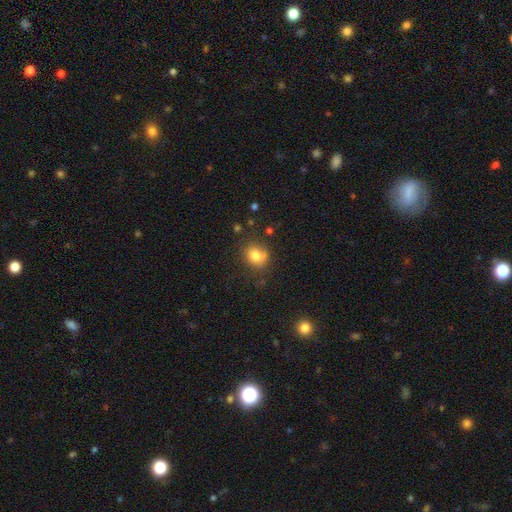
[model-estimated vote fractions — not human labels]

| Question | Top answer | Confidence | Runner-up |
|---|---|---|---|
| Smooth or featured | smooth | 79% | star or artifact (11%) |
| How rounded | round | 69% | in between (30%) |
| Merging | none | 65% | minor disturbance (21%) |